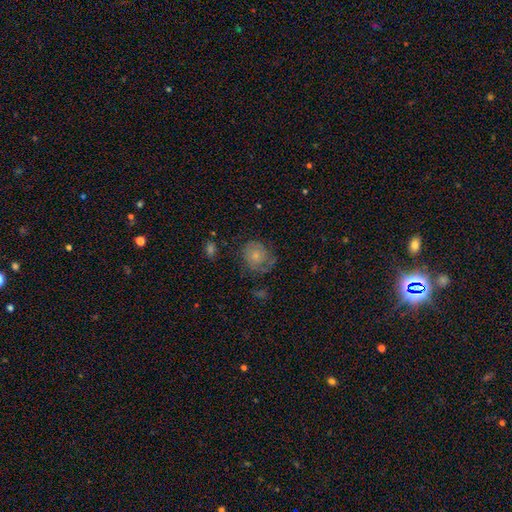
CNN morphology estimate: smooth_or_featured: featured or disk (p=0.46) [alt: smooth p=0.44]
merging: none (p=0.52) [alt: minor disturbance p=0.24]